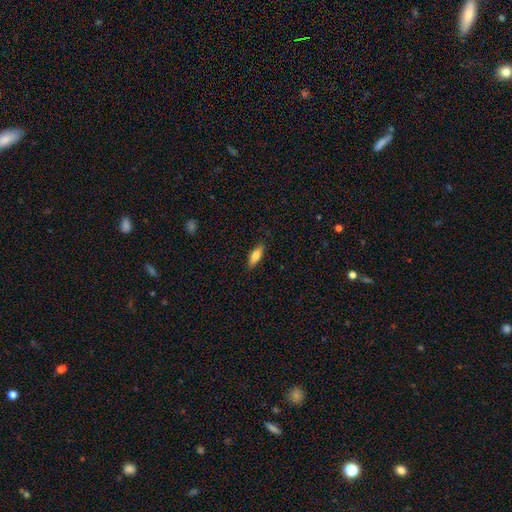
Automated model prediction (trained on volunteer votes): Q: Smooth or featured?
A: smooth (75%); runner-up: featured or disk (18%)
Q: How rounded?
A: in between (63%); runner-up: cigar-shaped (35%)
Q: Merging?
A: none (87%); runner-up: minor disturbance (10%)